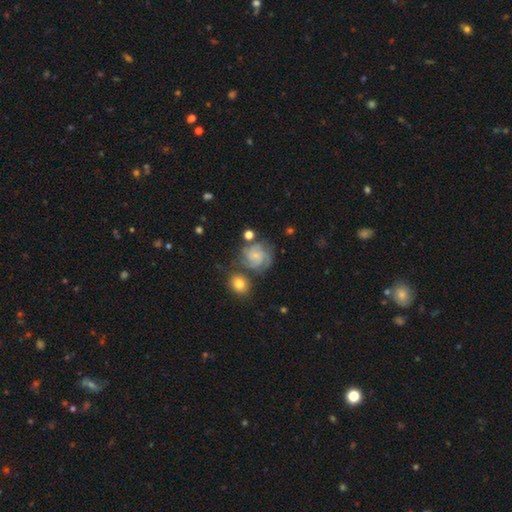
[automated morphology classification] A featured or disk galaxy (71%) with no bar (74%), 3 (35%) tight (55%) spiral arms (93%) and a small central bulge (73%).

Vote fractions:
- Smooth or featured? featured or disk: 71% / smooth: 21% / star or artifact: 8%
- Edge-on disk? no: 98% / yes: 2%
- Bar? no: 74% / weak: 23% / strong: 4%
- Spiral arms? yes: 93% / no: 7%
- Spiral winding? tight: 55% / medium: 35% / loose: 9%
- Spiral arm count? 3: 35% / can't tell: 24% / 2: 18% / 4: 11% / 1: 6% / more than 4: 5%
- Bulge size? small: 73% / moderate: 14% / none: 9% / large: 2% / dominant: 1%
- Merging? none: 59% / minor disturbance: 20% / major disturbance: 11% / merger: 9%